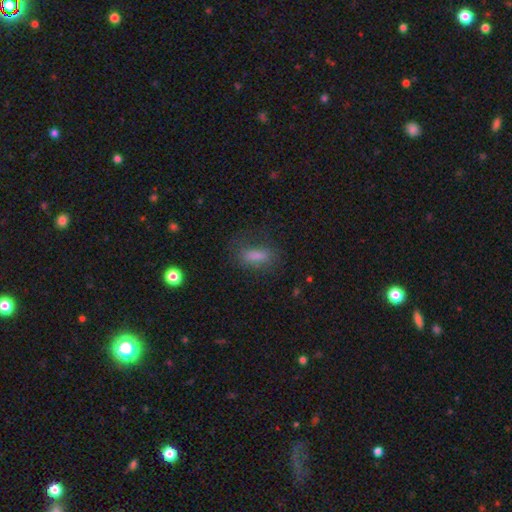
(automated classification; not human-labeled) Overall: smooth (74%). How rounded: in between (63%; cigar-shaped 32%). Merging: none (68%).